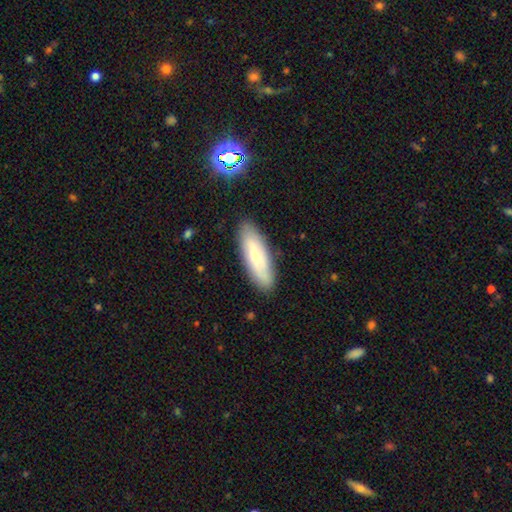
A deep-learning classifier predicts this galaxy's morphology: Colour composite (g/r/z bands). It shows a smooth galaxy with no disk features (62%) that is in between round and cigar-shaped (50%). Merging: none (86%).